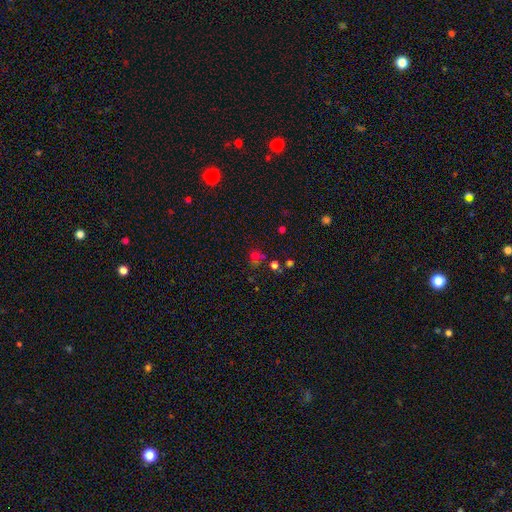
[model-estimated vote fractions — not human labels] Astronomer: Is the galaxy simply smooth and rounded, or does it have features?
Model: smooth — 52% (runner-up: star or artifact, 37%).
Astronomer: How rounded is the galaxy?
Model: round — 79%.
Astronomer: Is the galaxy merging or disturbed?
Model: none — 58%.